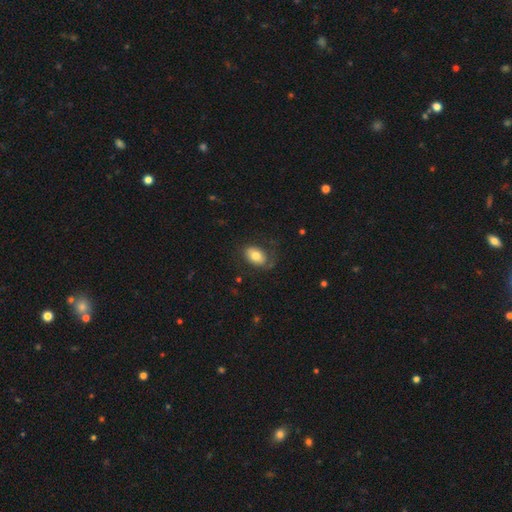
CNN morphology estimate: A smooth galaxy with no disk features (74%) that is in between round and cigar-shaped (88%). Merging: none (68%).